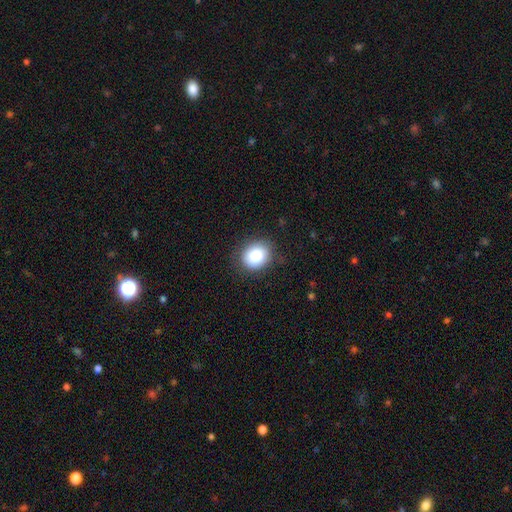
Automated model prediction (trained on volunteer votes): smooth_or_featured: smooth (p=0.84) [alt: star or artifact p=0.09]
how_rounded: round (p=0.57) [alt: in between p=0.42]
merging: none (p=0.84) [alt: minor disturbance p=0.12]